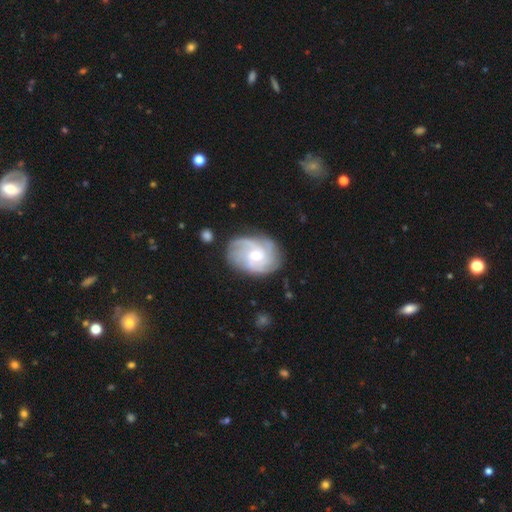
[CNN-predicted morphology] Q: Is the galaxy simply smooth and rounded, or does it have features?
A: featured or disk — 81%.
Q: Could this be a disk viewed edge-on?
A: no — 97%.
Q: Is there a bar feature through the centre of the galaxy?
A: no — 59%.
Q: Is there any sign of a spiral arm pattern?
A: yes — 95%.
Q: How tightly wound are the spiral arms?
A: tight — 49%.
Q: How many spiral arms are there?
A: can't tell — 31%.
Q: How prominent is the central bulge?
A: moderate — 51%.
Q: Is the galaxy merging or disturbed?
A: none — 73%.